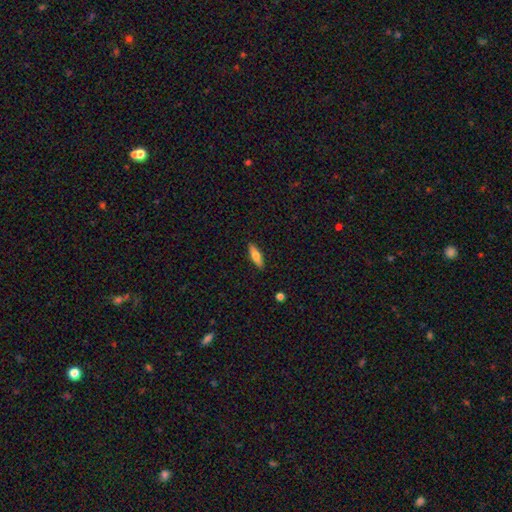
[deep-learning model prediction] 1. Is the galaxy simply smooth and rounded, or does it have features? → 68% smooth, 26% featured or disk, 6% star or artifact.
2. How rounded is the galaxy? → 49% cigar-shaped, 48% in between, 2% round.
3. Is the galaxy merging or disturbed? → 89% none, 8% minor disturbance, 2% major disturbance, 1% merger.